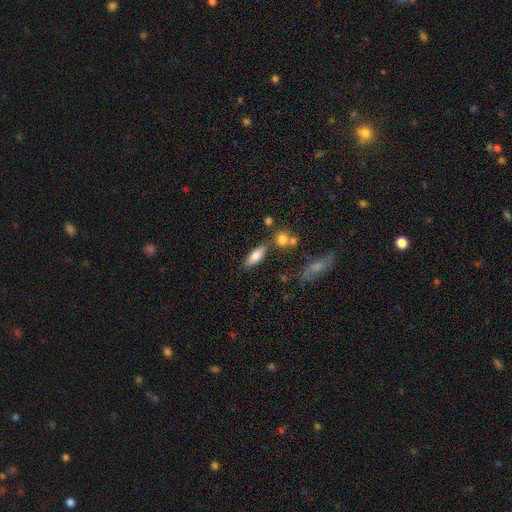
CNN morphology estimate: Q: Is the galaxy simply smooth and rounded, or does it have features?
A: smooth — 75%.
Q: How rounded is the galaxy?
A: in between — 68%.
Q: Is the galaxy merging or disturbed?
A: none — 73%.